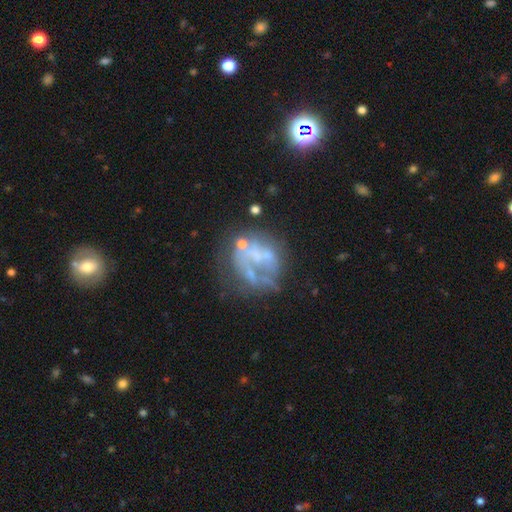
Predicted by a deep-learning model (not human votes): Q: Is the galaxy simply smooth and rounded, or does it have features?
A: featured or disk — 64%.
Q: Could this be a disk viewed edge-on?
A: no — 98%.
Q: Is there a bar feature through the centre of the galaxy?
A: no — 87%.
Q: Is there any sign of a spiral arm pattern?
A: no — 84%.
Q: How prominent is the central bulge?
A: none — 69%.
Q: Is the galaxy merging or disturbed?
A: none — 39%.